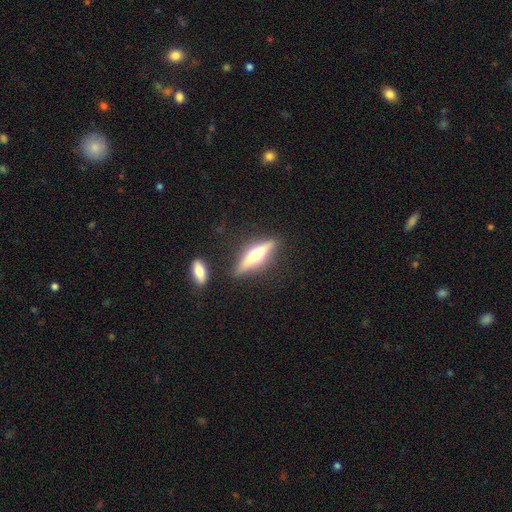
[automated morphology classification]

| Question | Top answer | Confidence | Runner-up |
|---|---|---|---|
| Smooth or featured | featured or disk | 66% | smooth (28%) |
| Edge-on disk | yes | 96% | no (4%) |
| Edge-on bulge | rounded | 92% | boxy (5%) |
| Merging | none | 82% | minor disturbance (11%) |